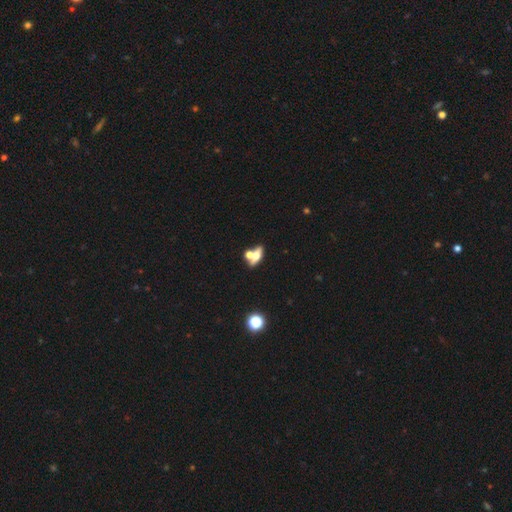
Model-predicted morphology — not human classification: Smooth or featured: smooth — 45% (tied with featured or disk — 45%)
Merging: none — 44% (merger — 42%)